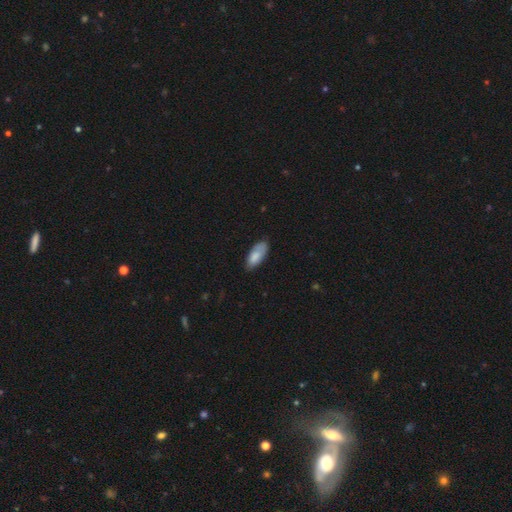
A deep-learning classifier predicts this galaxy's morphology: smooth 82%, featured or disk 12%, star or artifact 6%. Down the decision tree: how rounded — in between (83%); merging — none (70%).